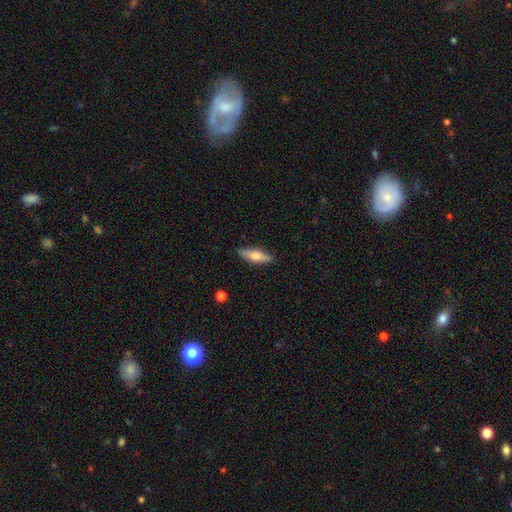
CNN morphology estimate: The model was most divided on "smooth or featured": smooth: 54%, featured or disk: 40%, star or artifact: 6%. More confident: merging — none (87%); how rounded — cigar-shaped (60%).